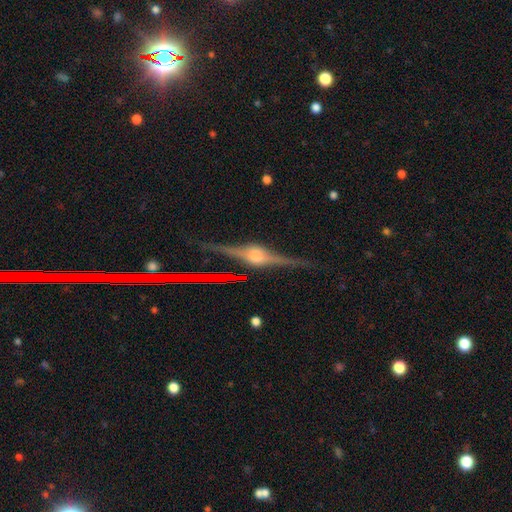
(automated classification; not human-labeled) Q: Smooth or featured?
A: featured or disk (87%); runner-up: star or artifact (7%)
Q: Edge-on disk?
A: yes (97%); runner-up: no (3%)
Q: Edge-on bulge?
A: rounded (91%); runner-up: boxy (7%)
Q: Merging?
A: none (86%); runner-up: minor disturbance (10%)